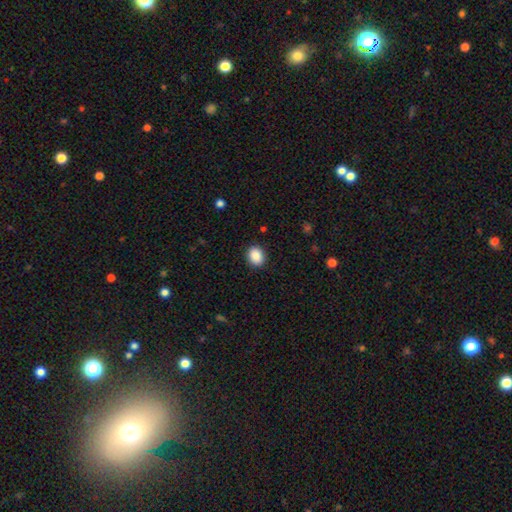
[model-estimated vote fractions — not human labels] Smooth or featured: smooth — 89% (star or artifact — 8%)
How rounded: in between — 51% (round — 48%)
Merging: none — 90% (minor disturbance — 7%)